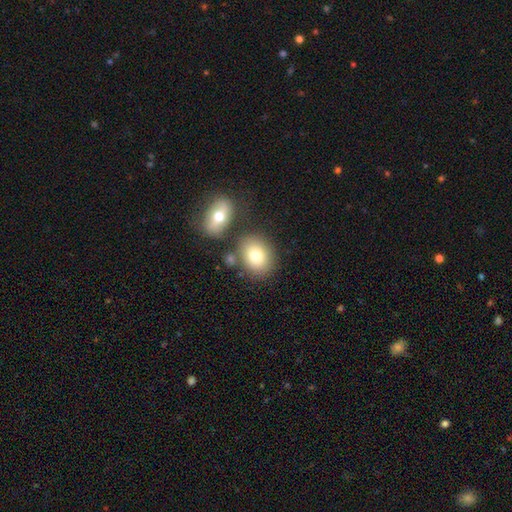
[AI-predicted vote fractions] Smooth or featured: smooth — 78% (featured or disk — 13%)
How rounded: in between — 55% (round — 44%)
Merging: none — 69% (merger — 15%)